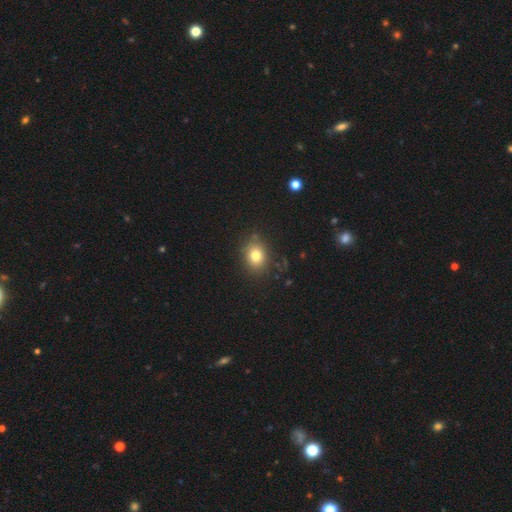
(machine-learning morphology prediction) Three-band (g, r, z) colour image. It shows a smooth galaxy with no disk features (78%) that is round (53%). Merging: none (82%).